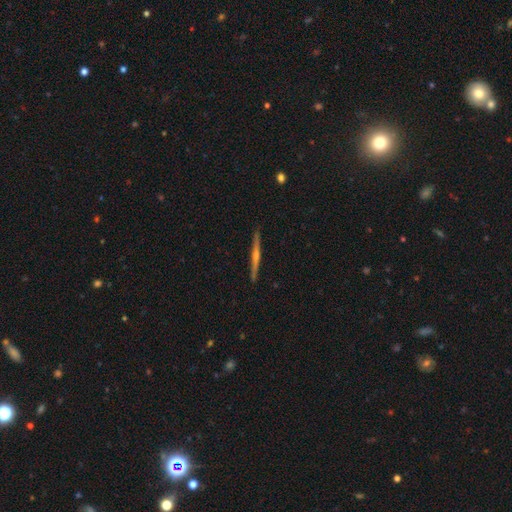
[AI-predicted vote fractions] Morphology: type=featured or disk (76%); edge-on=yes (98%); edge-on bulge=rounded (78%); merging=none (92%).